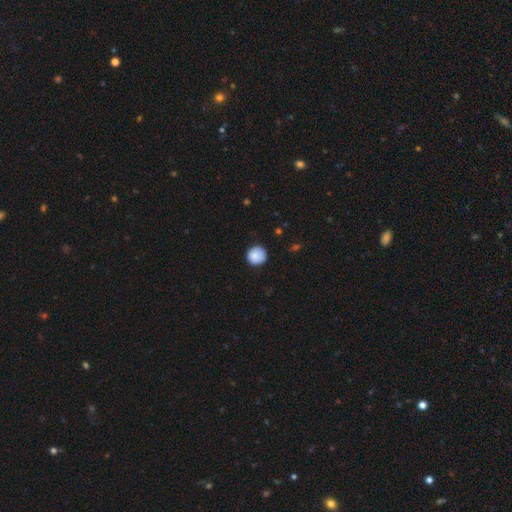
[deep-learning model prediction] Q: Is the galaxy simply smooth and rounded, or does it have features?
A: smooth — 87%.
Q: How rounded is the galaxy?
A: round — 93%.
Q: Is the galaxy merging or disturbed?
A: none — 86%.